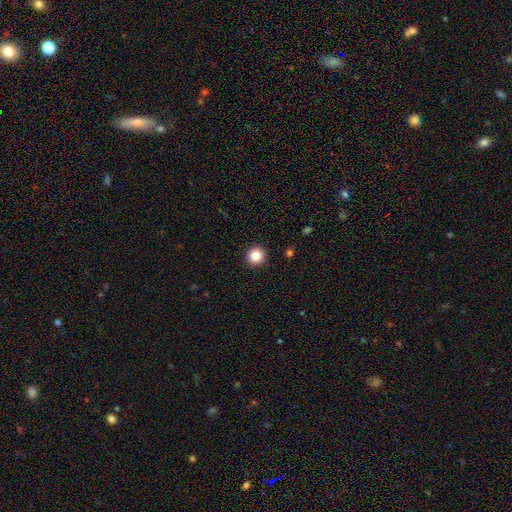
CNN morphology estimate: The model was most divided on "smooth or featured": smooth: 85%, star or artifact: 10%, featured or disk: 4%. More confident: how rounded — round (95%); merging — none (93%).